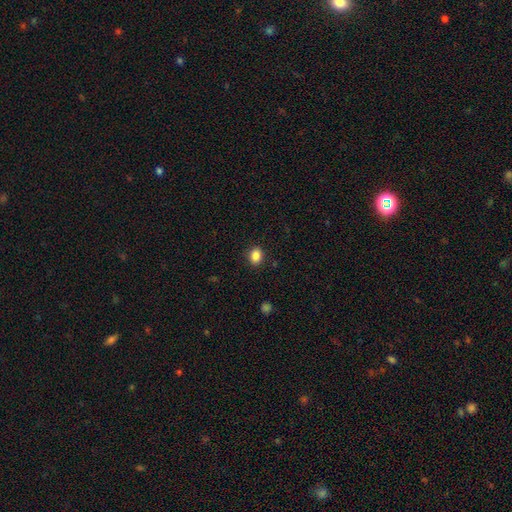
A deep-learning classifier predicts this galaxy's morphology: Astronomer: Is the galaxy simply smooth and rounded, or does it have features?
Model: smooth — 86%.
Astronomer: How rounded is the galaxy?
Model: in between — 56% (runner-up: round, 42%).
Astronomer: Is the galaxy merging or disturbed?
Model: none — 89%.